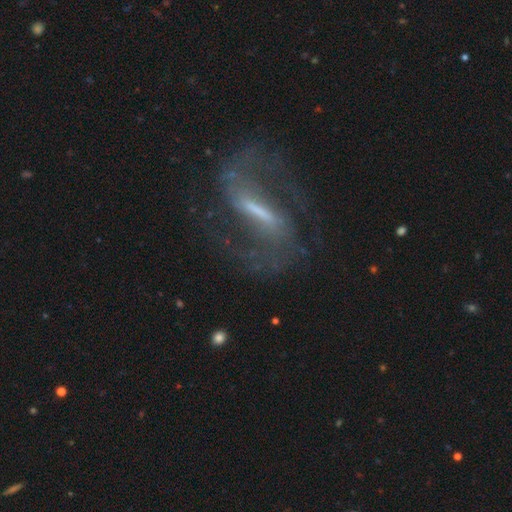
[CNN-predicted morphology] Q: Smooth or featured?
A: featured or disk (86%); runner-up: star or artifact (7%)
Q: Edge-on disk?
A: no (91%); runner-up: yes (9%)
Q: Bar?
A: strong (66%); runner-up: weak (28%)
Q: Spiral arms?
A: yes (94%); runner-up: no (6%)
Q: Spiral winding?
A: medium (47%); runner-up: loose (39%)
Q: Spiral arm count?
A: 2 (91%); runner-up: can't tell (4%)
Q: Bulge size?
A: small (42%); runner-up: moderate (27%)
Q: Merging?
A: none (76%); runner-up: minor disturbance (12%)